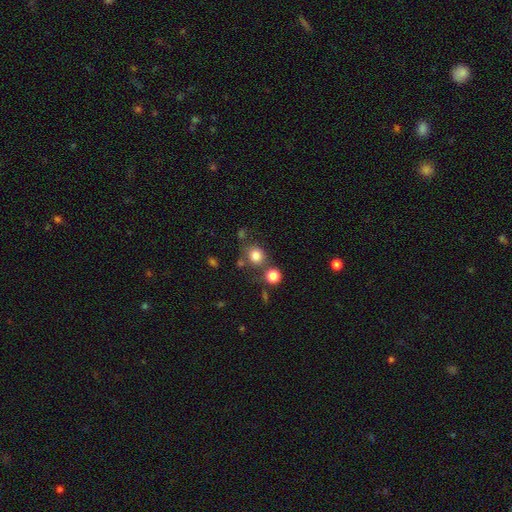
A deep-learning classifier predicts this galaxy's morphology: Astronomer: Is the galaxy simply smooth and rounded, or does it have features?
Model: smooth — 79%.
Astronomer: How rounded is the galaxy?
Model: round — 83%.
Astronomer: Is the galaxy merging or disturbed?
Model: none — 70%.